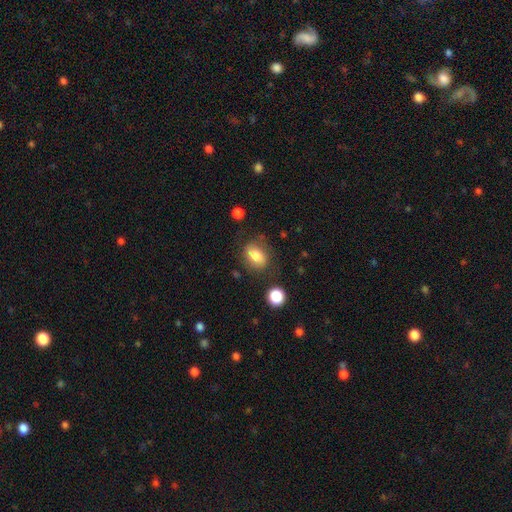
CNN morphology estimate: Smooth or featured?
  - smooth: 77% *
  - featured or disk: 14%
  - star or artifact: 9%
How rounded?
  - in between: 75% *
  - round: 23%
  - cigar-shaped: 2%
Merging?
  - none: 68% *
  - minor disturbance: 20%
  - major disturbance: 8%
  - merger: 4%